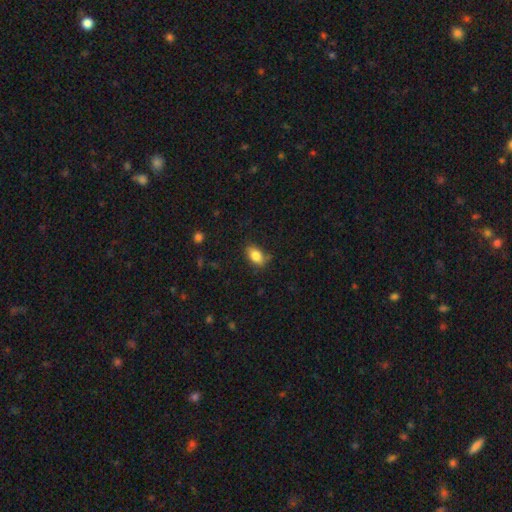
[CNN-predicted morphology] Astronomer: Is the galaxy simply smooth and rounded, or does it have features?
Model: smooth — 83%.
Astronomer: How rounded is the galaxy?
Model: in between — 89%.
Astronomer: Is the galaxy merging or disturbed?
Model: none — 73%.